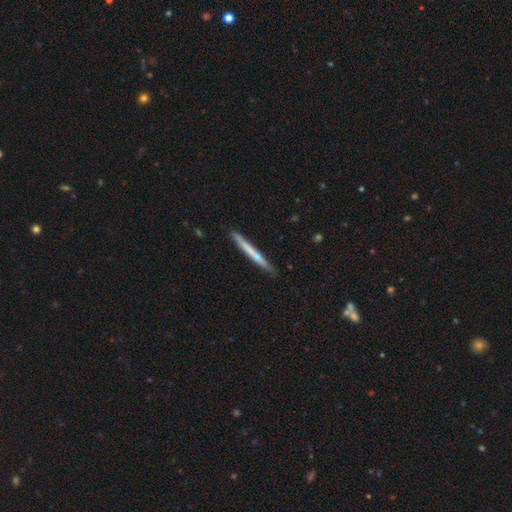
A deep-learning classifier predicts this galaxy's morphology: Smooth or featured? Predicted: smooth (p=0.52). How rounded? Predicted: cigar-shaped (p=0.97). Merging? Predicted: none (p=0.90).